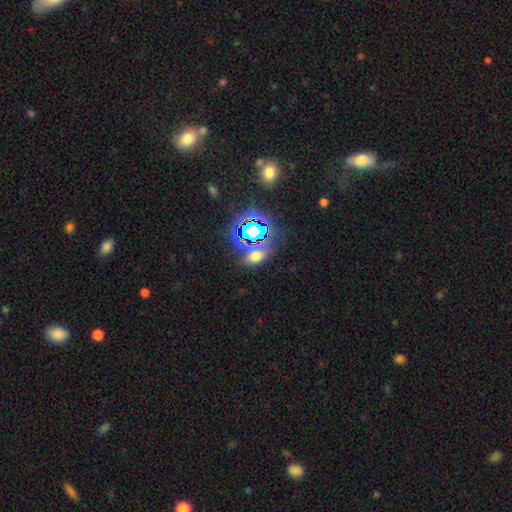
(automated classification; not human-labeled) Overall: smooth (47%; star or artifact 43%). Merging: none (67%).